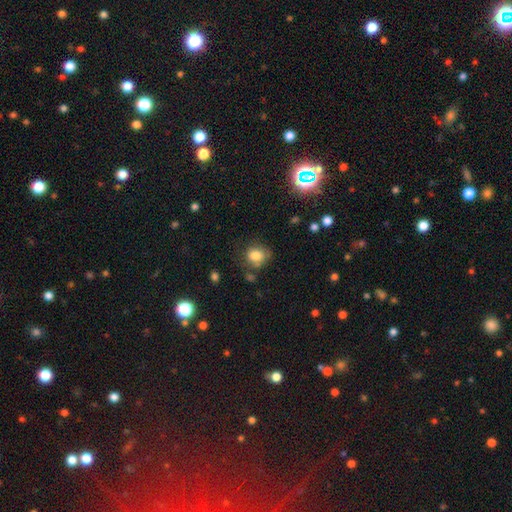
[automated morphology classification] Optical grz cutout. It shows a smooth galaxy with no disk features (80%) that is round (69%). Merging: none (65%).